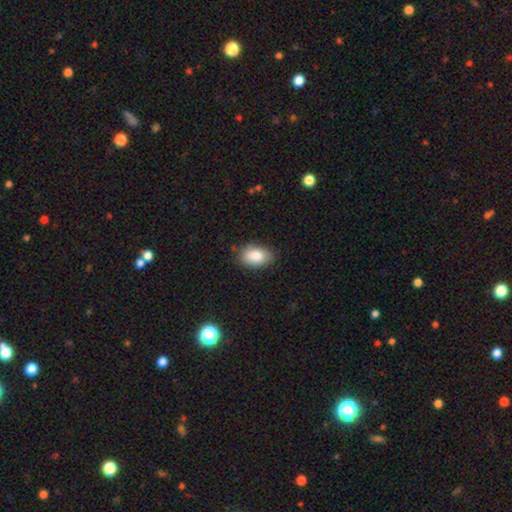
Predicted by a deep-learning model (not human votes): A smooth galaxy with no disk features (86%) that is in between round and cigar-shaped (89%).

Vote fractions:
- Smooth or featured? smooth: 86% / featured or disk: 7% / star or artifact: 7%
- How rounded? in between: 89% / round: 9% / cigar-shaped: 1%
- Merging? none: 82% / minor disturbance: 14% / major disturbance: 3% / merger: 1%